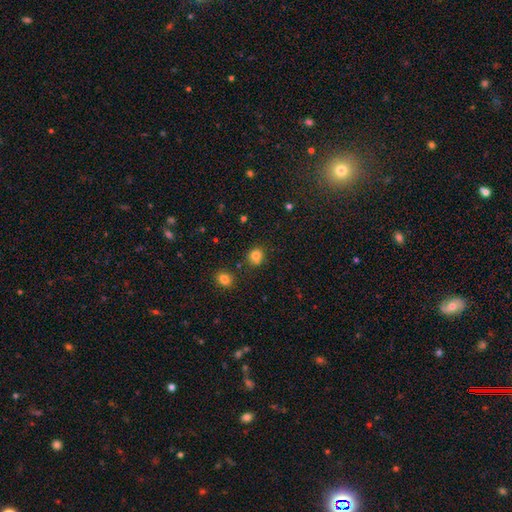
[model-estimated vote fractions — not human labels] Smooth or featured?
  - smooth: 81% *
  - star or artifact: 13%
  - featured or disk: 6%
How rounded?
  - round: 84% *
  - in between: 15%
  - cigar-shaped: 1%
Merging?
  - none: 80% *
  - minor disturbance: 11%
  - merger: 5%
  - major disturbance: 3%